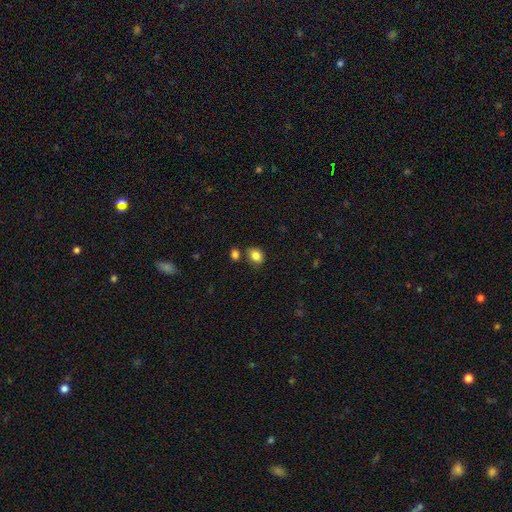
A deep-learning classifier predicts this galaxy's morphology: smooth 84%, star or artifact 10%, featured or disk 6%. Down the decision tree: how rounded — in between (51%); merging — none (72%).